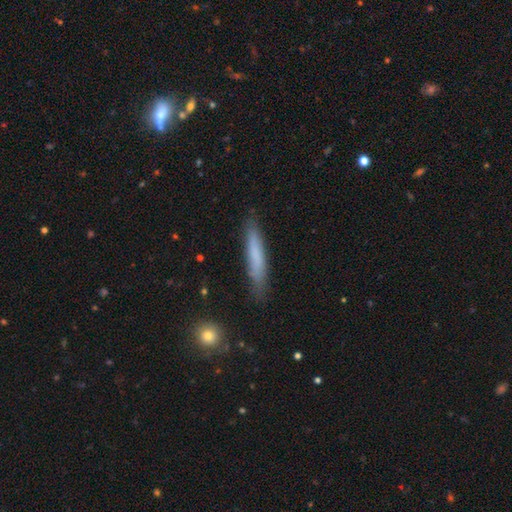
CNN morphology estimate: type=smooth (68%); roundness=cigar-shaped (93%); merging=none (85%).